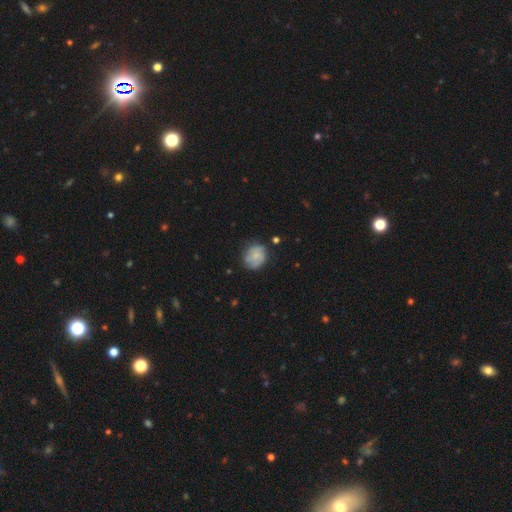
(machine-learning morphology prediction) Q: Smooth or featured?
A: smooth (63%); runner-up: featured or disk (29%)
Q: How rounded?
A: round (70%); runner-up: in between (29%)
Q: Merging?
A: none (68%); runner-up: minor disturbance (24%)